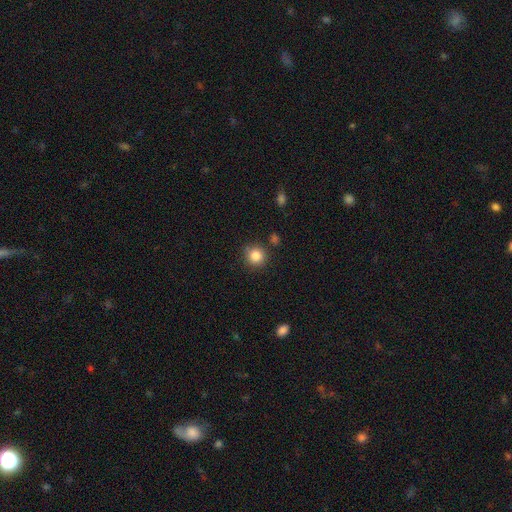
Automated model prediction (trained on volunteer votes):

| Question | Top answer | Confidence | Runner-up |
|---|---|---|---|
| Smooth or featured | smooth | 85% | star or artifact (11%) |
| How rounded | round | 92% | in between (7%) |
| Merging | none | 84% | minor disturbance (9%) |